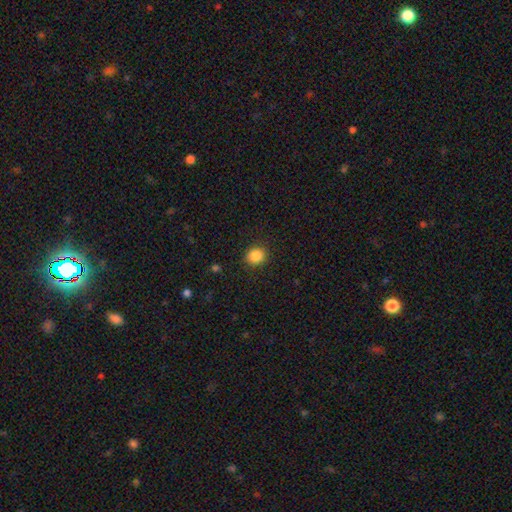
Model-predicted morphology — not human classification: Smooth or featured? smooth (86%)
How rounded? round (80%)
Merging? none (90%)